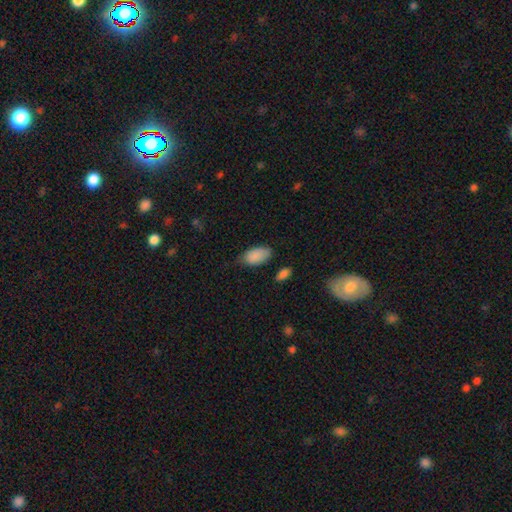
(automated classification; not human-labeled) Smooth or featured? Predicted: smooth (p=0.89). How rounded? Predicted: in between (p=0.95). Merging? Predicted: none (p=0.67).